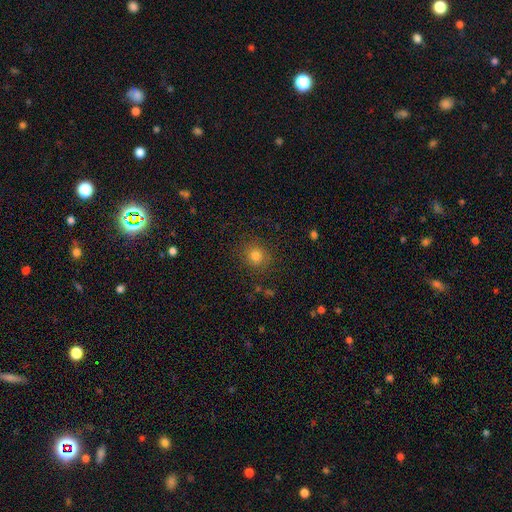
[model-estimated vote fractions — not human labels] The model was most divided on "smooth or featured": smooth: 79%, star or artifact: 14%, featured or disk: 7%. More confident: how rounded — round (88%); merging — none (88%).